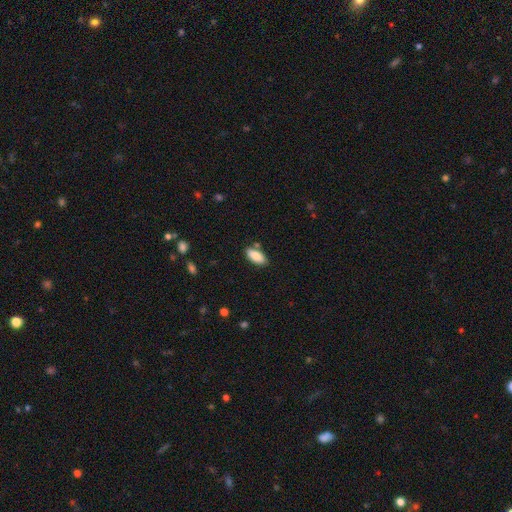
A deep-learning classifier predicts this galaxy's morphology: A smooth galaxy with no disk features (86%) that is in between round and cigar-shaped (89%).

Vote fractions:
- Smooth or featured? smooth: 86% / featured or disk: 7% / star or artifact: 7%
- How rounded? in between: 89% / cigar-shaped: 9% / round: 2%
- Merging? none: 81% / minor disturbance: 12% / merger: 5% / major disturbance: 2%